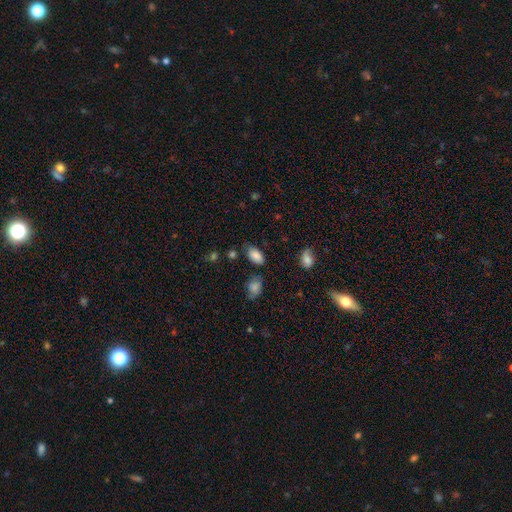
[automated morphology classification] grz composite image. It shows a smooth galaxy with no disk features (85%) that is in between round and cigar-shaped (93%). Merging: none (71%).